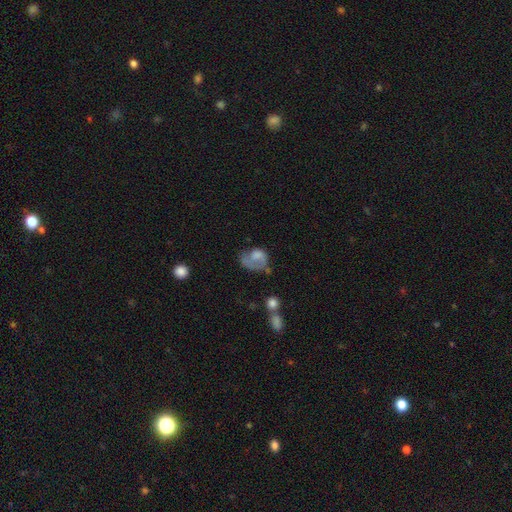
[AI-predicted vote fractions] This is possibly a smooth galaxy (49%). Merging: marginally major disturbance (40%).